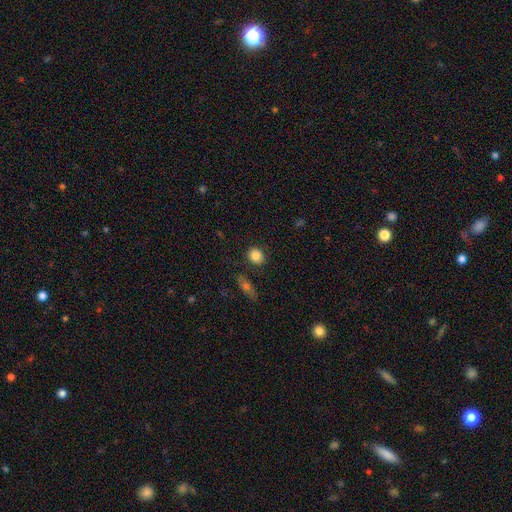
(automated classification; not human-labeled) smooth 85%, star or artifact 9%, featured or disk 6%. Down the decision tree: how rounded — round (71%); merging — none (84%).